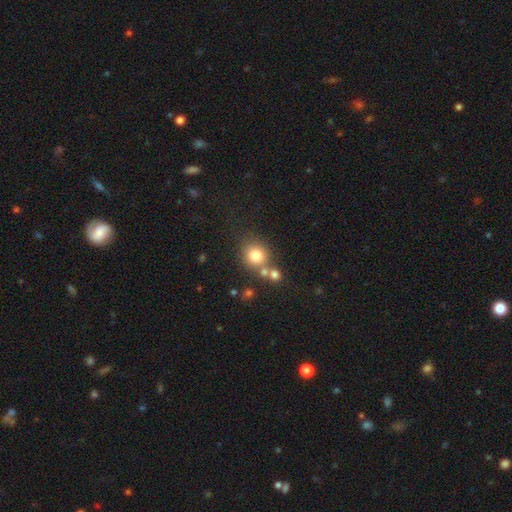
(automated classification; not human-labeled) The model was most divided on "merging": none: 60%, merger: 24%, minor disturbance: 11%, major disturbance: 5%. More confident: how rounded — round (85%); smooth or featured — smooth (78%).